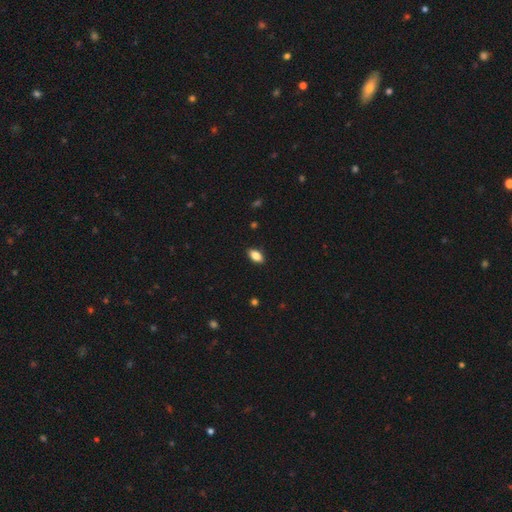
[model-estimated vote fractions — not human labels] Smooth or featured? smooth (83%)
How rounded? in between (90%)
Merging? none (89%)